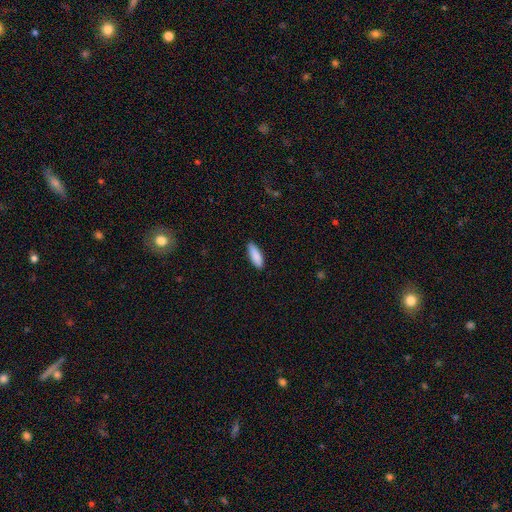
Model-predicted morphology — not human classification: smooth-or-featured: smooth: 89% | star or artifact: 6% | featured or disk: 5%
  how-rounded: in between: 61% | cigar-shaped: 38% | round: 2%
  merging: none: 88% | minor disturbance: 9% | major disturbance: 2% | merger: 1%